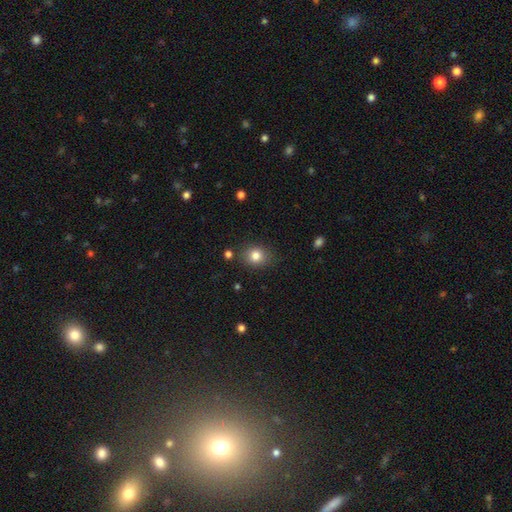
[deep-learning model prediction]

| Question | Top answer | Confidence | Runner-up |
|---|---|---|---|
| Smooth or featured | smooth | 82% | star or artifact (11%) |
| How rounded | round | 63% | in between (36%) |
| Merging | none | 82% | minor disturbance (12%) |